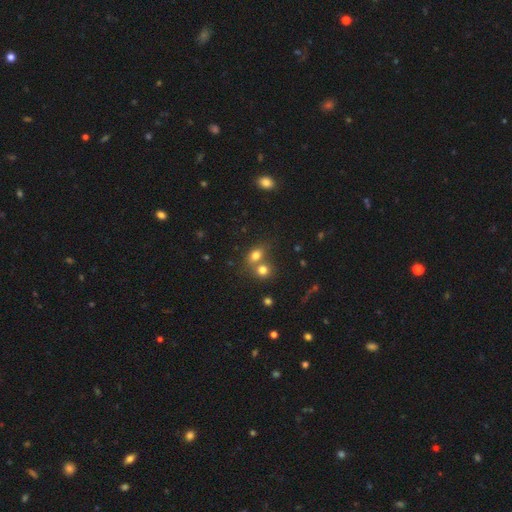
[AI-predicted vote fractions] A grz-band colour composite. It shows a smooth galaxy with no disk features (75%) that is in between round and cigar-shaped (50%). Merging: merger (49%).